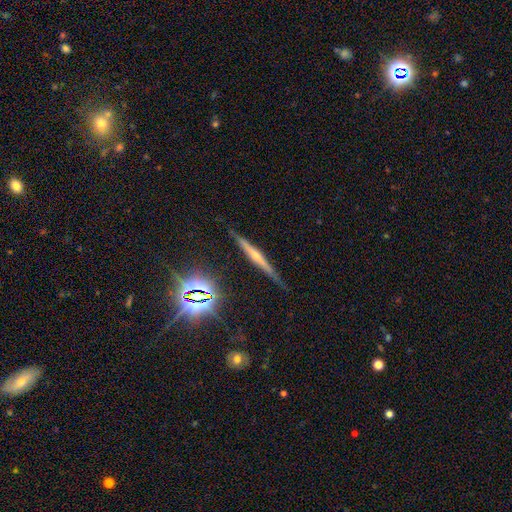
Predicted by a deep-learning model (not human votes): Smooth or featured? Predicted: featured or disk (p=0.64). Edge-on disk? Predicted: yes (p=0.96). Edge-on bulge? Predicted: rounded (p=0.71). Merging? Predicted: none (p=0.85).